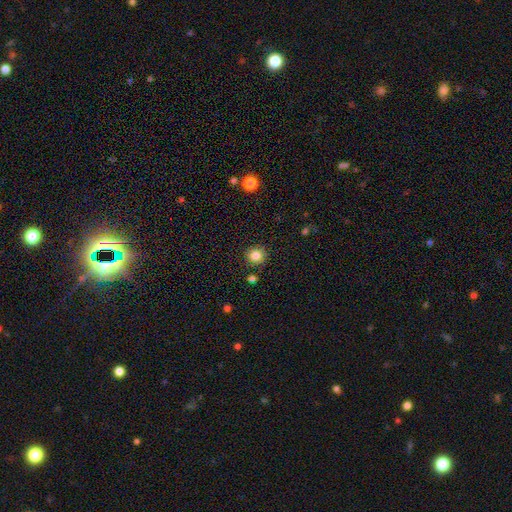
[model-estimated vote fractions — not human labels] Overall: smooth (84%). How rounded: round (91%). Merging: none (88%).